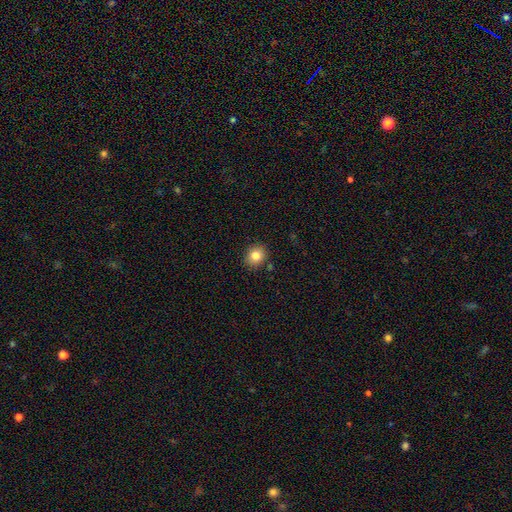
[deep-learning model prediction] This appears to be a smooth galaxy with no disk features (82%) that is round (70%). Merging: none (87%).